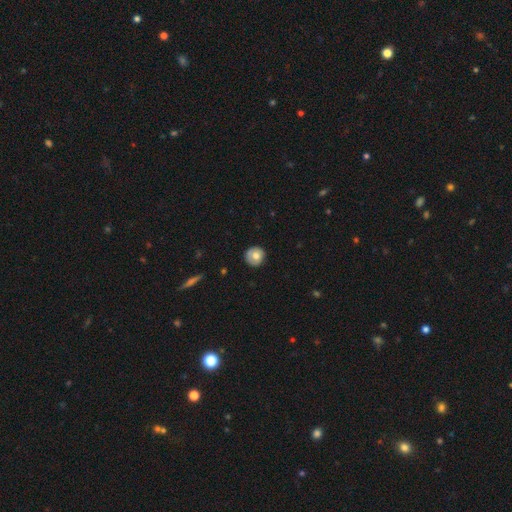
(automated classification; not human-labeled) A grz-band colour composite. It shows a smooth galaxy with no disk features (70%) that is round (93%). Merging: none (86%).